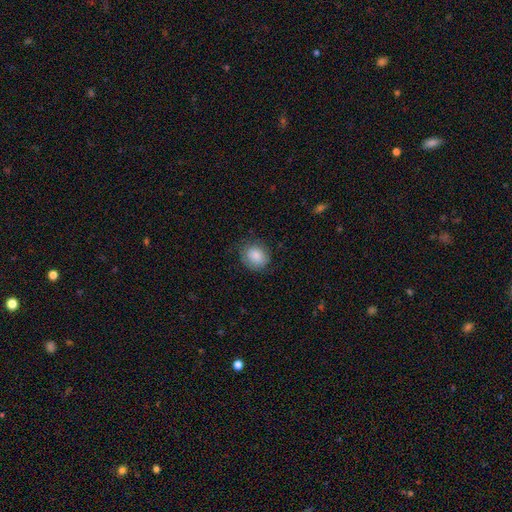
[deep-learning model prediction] Smooth or featured? smooth (84%)
How rounded? round (67%)
Merging? none (77%)